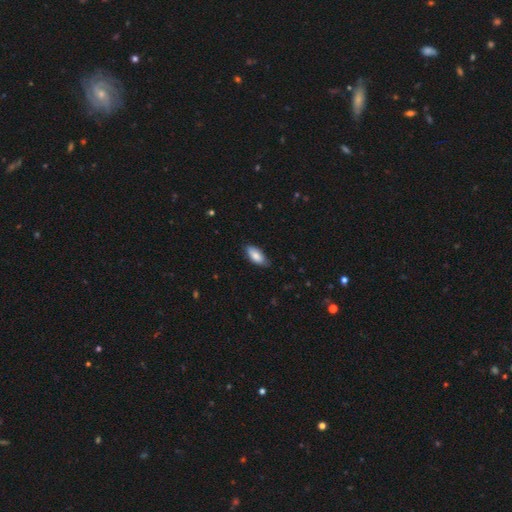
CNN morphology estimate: This is clearly a smooth galaxy (82%). How rounded: clearly in between (86%). Merging: likely none (78%).